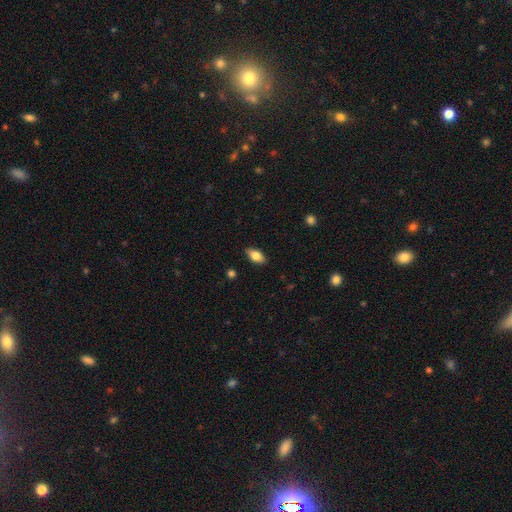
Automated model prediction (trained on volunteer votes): smooth_or_featured: smooth (p=0.78) [alt: featured or disk p=0.15]
how_rounded: in between (p=0.89) [alt: cigar-shaped p=0.07]
merging: none (p=0.87) [alt: minor disturbance p=0.10]